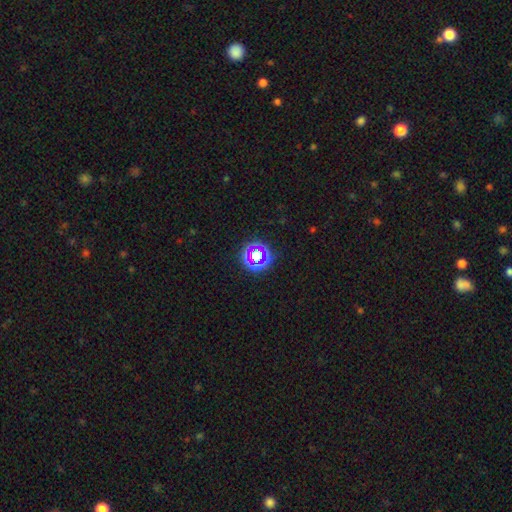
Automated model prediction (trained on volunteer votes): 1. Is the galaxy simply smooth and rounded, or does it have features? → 57% star or artifact, 28% smooth, 14% featured or disk.